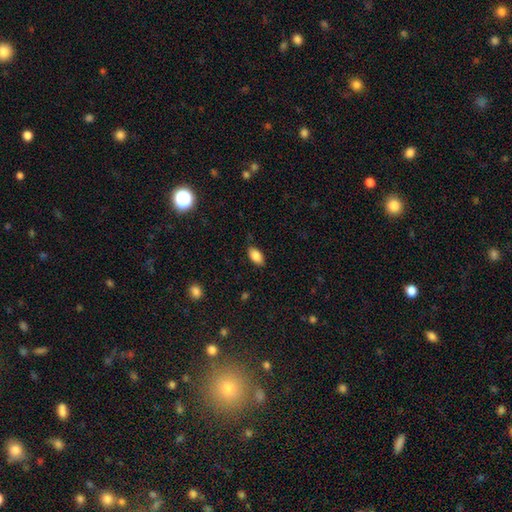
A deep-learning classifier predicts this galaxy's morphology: A smooth galaxy with no disk features (86%) that is in between round and cigar-shaped (92%).

Vote fractions:
- Smooth or featured? smooth: 86% / star or artifact: 8% / featured or disk: 6%
- How rounded? in between: 92% / round: 4% / cigar-shaped: 4%
- Merging? none: 84% / minor disturbance: 13% / major disturbance: 3% / merger: 1%